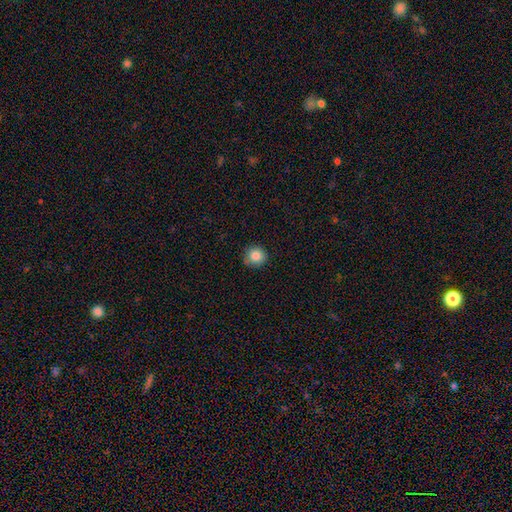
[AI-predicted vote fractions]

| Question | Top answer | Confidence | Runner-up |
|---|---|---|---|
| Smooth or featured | smooth | 85% | star or artifact (10%) |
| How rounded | round | 92% | in between (7%) |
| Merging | none | 82% | minor disturbance (14%) |